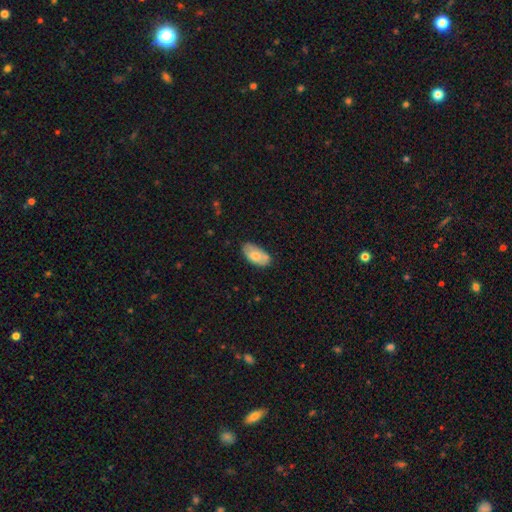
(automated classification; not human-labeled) smooth 67%, featured or disk 27%, star or artifact 6%. Down the decision tree: how rounded — in between (94%); merging — none (68%).